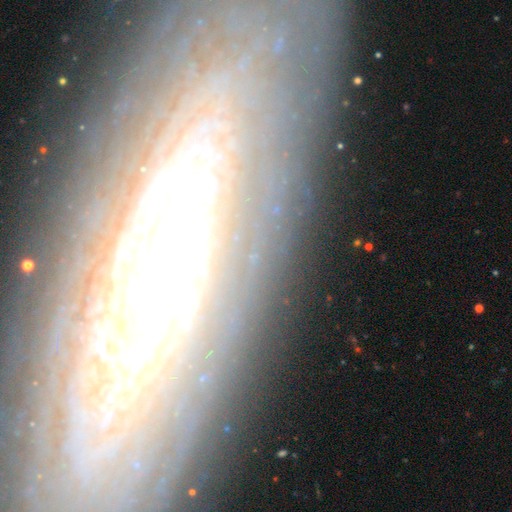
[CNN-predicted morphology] A featured or disk galaxy (64%). Merging: none (81%).